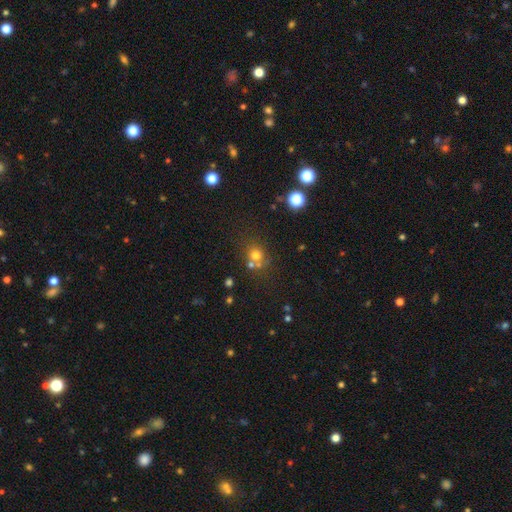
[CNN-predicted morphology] This appears to be a smooth galaxy with no disk features (68%) that is round (83%). Merging: none (59%).